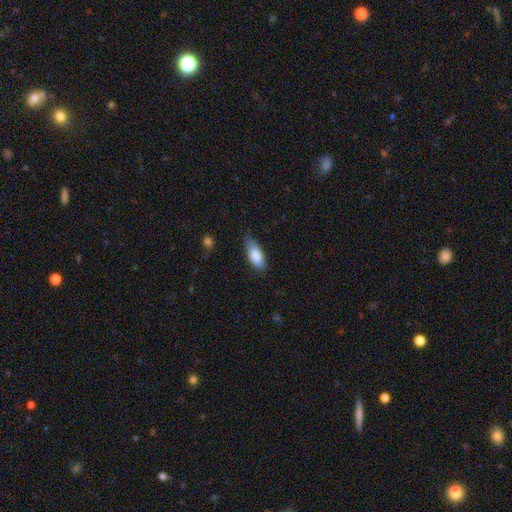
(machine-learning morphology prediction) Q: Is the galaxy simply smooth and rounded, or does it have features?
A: smooth — 83%.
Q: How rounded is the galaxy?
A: in between — 83%.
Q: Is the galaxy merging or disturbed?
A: none — 65%.